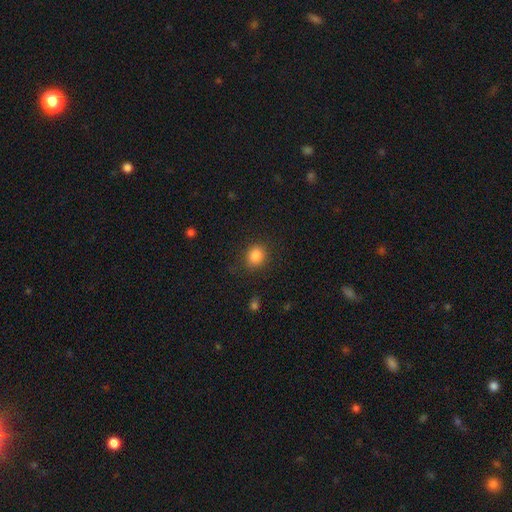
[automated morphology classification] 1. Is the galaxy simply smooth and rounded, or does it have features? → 85% smooth, 10% star or artifact, 4% featured or disk.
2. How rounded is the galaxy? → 68% round, 31% in between, 1% cigar-shaped.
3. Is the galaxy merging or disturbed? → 85% none, 10% minor disturbance, 4% major disturbance, 1% merger.